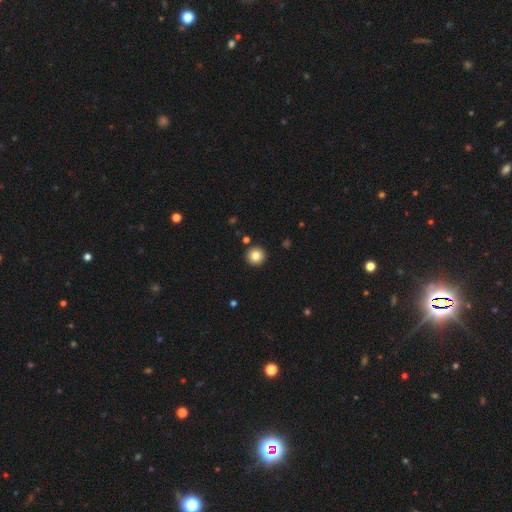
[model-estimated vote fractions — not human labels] Smooth or featured: smooth — 83% (star or artifact — 10%)
How rounded: round — 96% (in between — 3%)
Merging: none — 92% (minor disturbance — 5%)